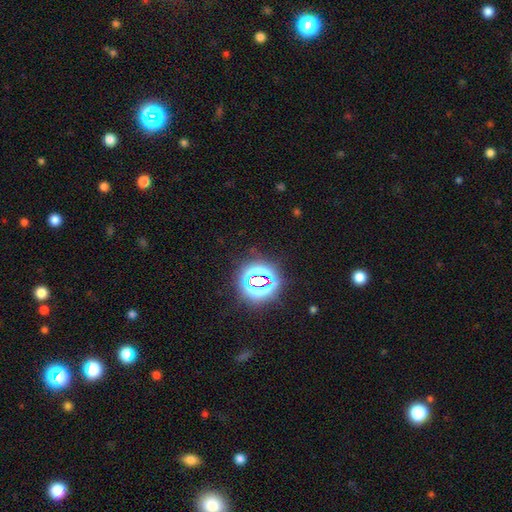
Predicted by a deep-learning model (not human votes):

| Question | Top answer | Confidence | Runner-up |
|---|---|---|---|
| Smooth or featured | star or artifact | 76% | smooth (18%) |